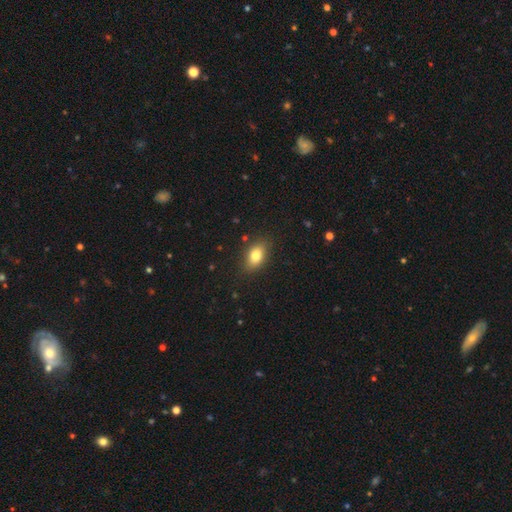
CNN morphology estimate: Smooth or featured: smooth — 80% (featured or disk — 11%)
How rounded: in between — 84% (round — 13%)
Merging: none — 85% (minor disturbance — 11%)